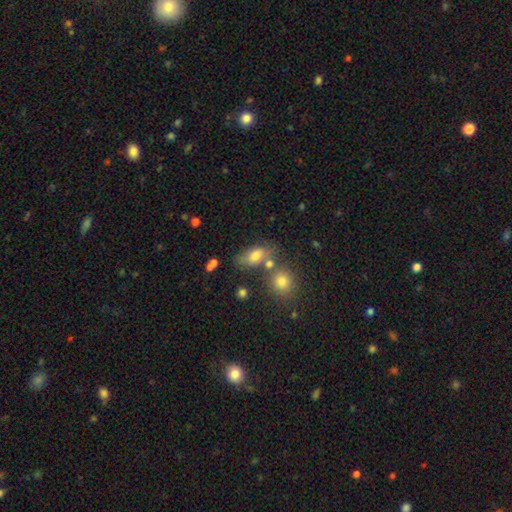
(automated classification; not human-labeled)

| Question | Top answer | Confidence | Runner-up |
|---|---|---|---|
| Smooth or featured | smooth | 73% | featured or disk (14%) |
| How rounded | in between | 82% | round (12%) |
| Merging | none | 52% | merger (23%) |